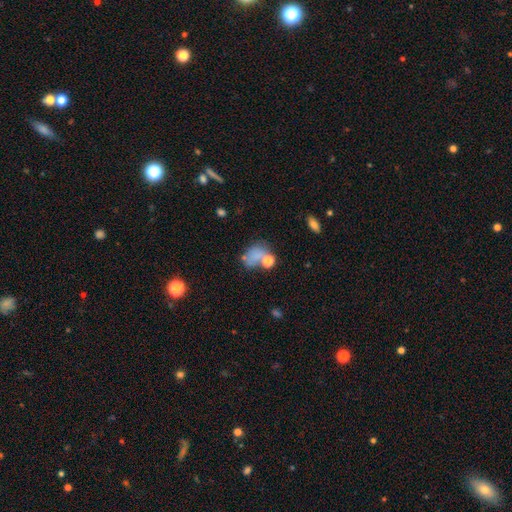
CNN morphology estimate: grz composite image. It shows a smooth galaxy with no disk features (69%) that is in between round and cigar-shaped (63%). Merging: none (38%).